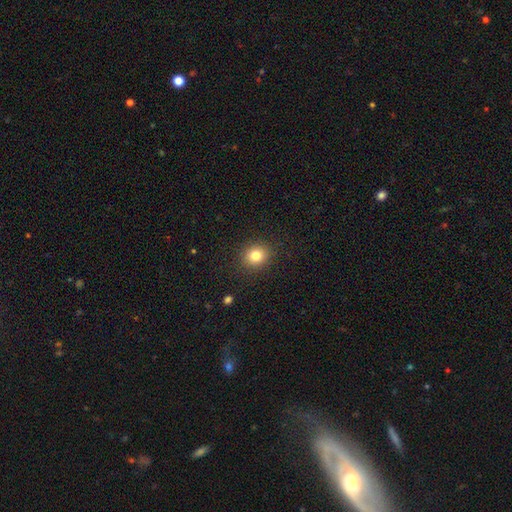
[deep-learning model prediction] A smooth galaxy with no disk features (81%) that is round (79%). Merging: none (90%).